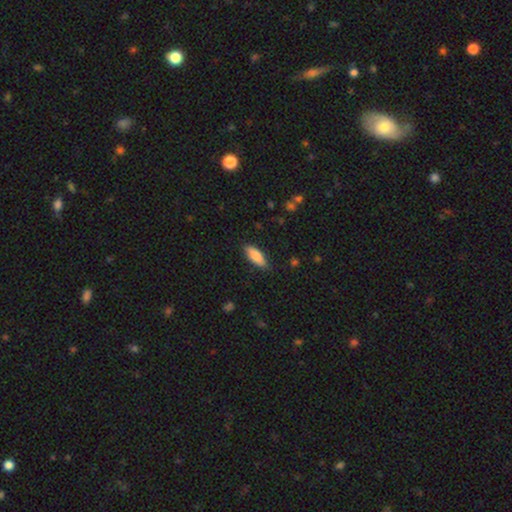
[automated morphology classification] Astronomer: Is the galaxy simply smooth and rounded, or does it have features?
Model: smooth — 80%.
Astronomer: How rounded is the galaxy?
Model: in between — 67%.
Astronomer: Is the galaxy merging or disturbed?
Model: none — 86%.